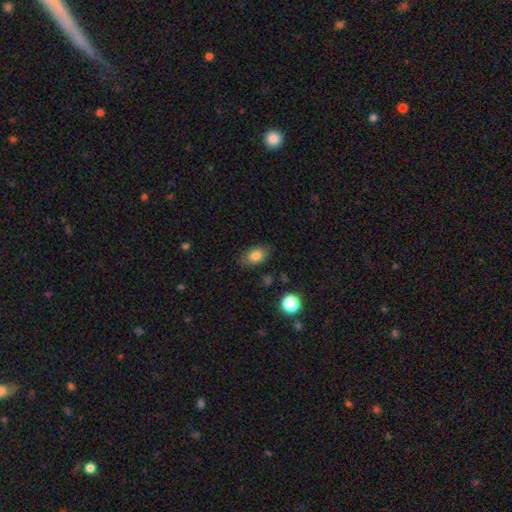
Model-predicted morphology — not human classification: Smooth or featured?
  - smooth: 81% *
  - featured or disk: 10%
  - star or artifact: 9%
How rounded?
  - in between: 86% *
  - round: 13%
  - cigar-shaped: 2%
Merging?
  - none: 81% *
  - minor disturbance: 14%
  - major disturbance: 4%
  - merger: 2%